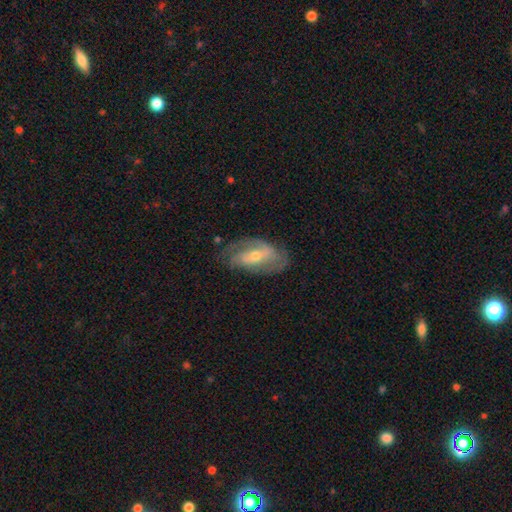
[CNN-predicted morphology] Q: Smooth or featured?
A: featured or disk (73%); runner-up: smooth (21%)
Q: Edge-on disk?
A: no (92%); runner-up: yes (8%)
Q: Bar?
A: weak (37%); runner-up: no (33%)
Q: Spiral arms?
A: yes (83%); runner-up: no (17%)
Q: Spiral winding?
A: medium (42%); runner-up: tight (35%)
Q: Spiral arm count?
A: 2 (63%); runner-up: can't tell (21%)
Q: Bulge size?
A: moderate (48%); runner-up: small (47%)
Q: Merging?
A: none (64%); runner-up: minor disturbance (23%)